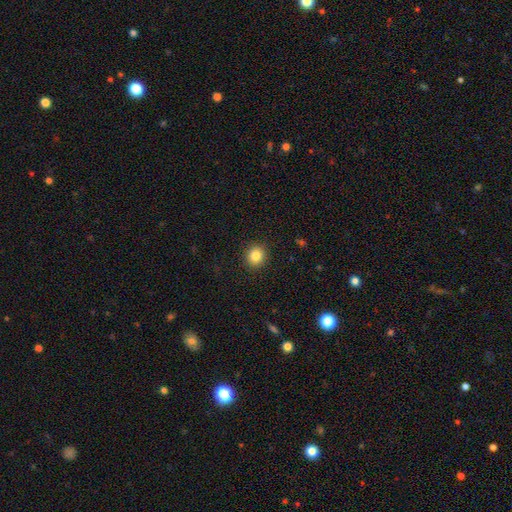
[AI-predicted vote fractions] Smooth or featured?
  - smooth: 84% *
  - star or artifact: 10%
  - featured or disk: 5%
How rounded?
  - round: 86% *
  - in between: 13%
  - cigar-shaped: 1%
Merging?
  - none: 91% *
  - minor disturbance: 6%
  - major disturbance: 2%
  - merger: 1%